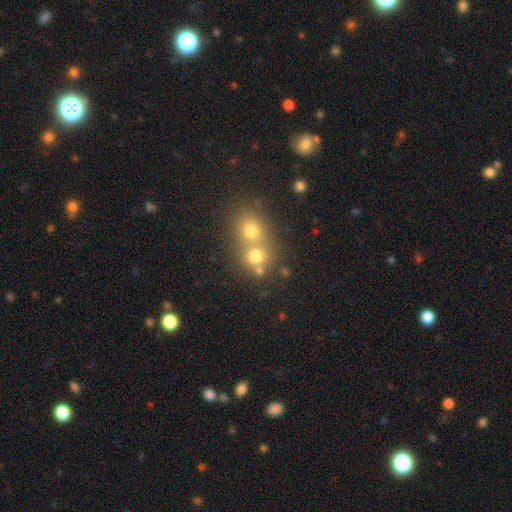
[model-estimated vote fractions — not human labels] Overall: smooth (60%; star or artifact 23%). How rounded: round (78%). Merging: merger (57%; none 35%).